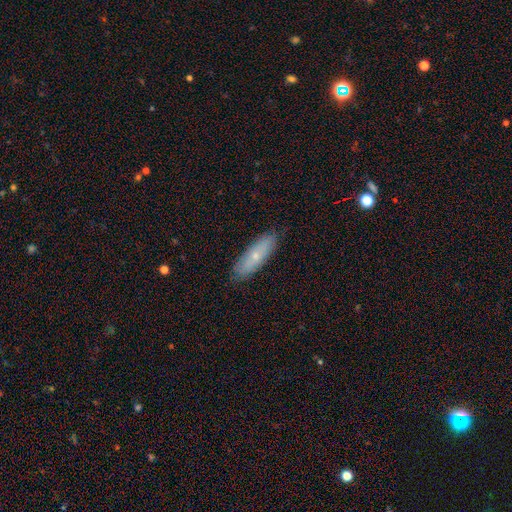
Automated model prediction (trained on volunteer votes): This is likely a smooth galaxy (61%). How rounded: possibly cigar-shaped (49%, tied with in between). Merging: clearly none (86%).